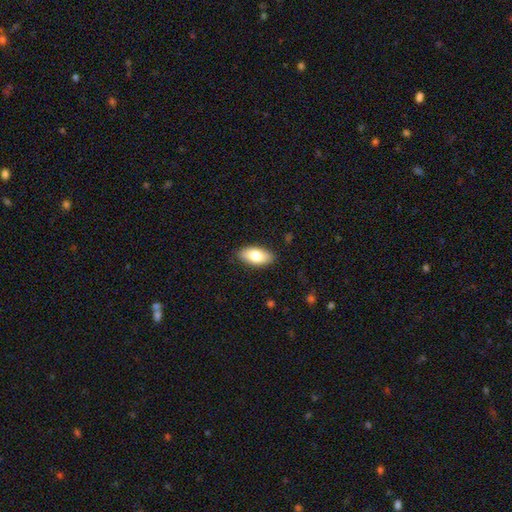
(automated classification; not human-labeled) Smooth or featured: smooth — 80% (featured or disk — 14%)
How rounded: in between — 92% (cigar-shaped — 5%)
Merging: none — 87% (minor disturbance — 10%)